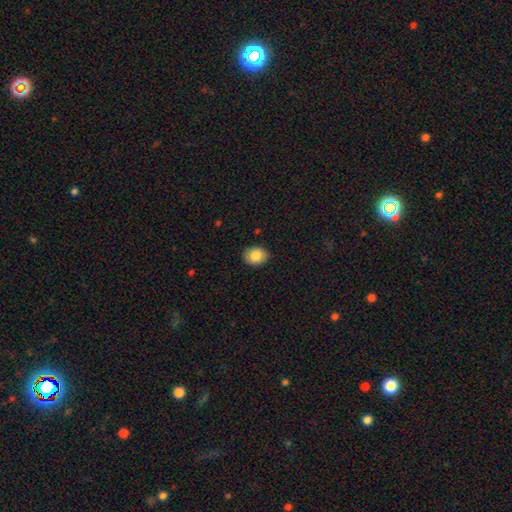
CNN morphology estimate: A smooth galaxy with no disk features (85%) that is round (51%).

Vote fractions:
- Smooth or featured? smooth: 85% / star or artifact: 8% / featured or disk: 7%
- How rounded? round: 51% / in between: 48% / cigar-shaped: 1%
- Merging? none: 88% / minor disturbance: 9% / major disturbance: 2% / merger: 1%